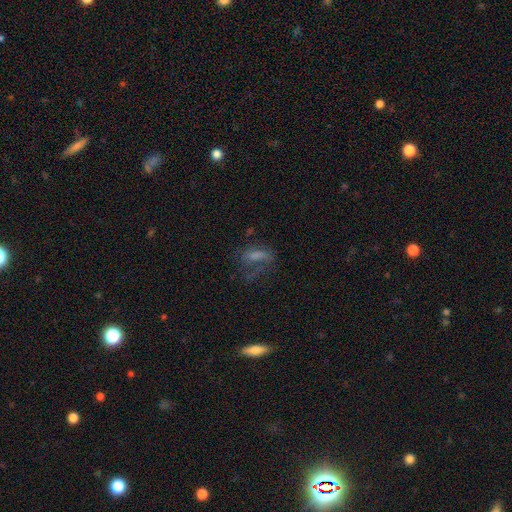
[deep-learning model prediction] This is marginally a smooth galaxy (40%). Merging: marginally none (43%).